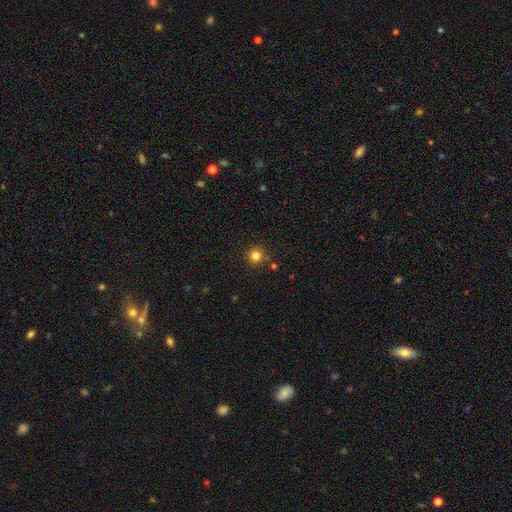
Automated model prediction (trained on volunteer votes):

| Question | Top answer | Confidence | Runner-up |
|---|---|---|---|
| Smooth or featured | smooth | 81% | star or artifact (14%) |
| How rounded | round | 95% | in between (4%) |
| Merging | none | 87% | minor disturbance (7%) |